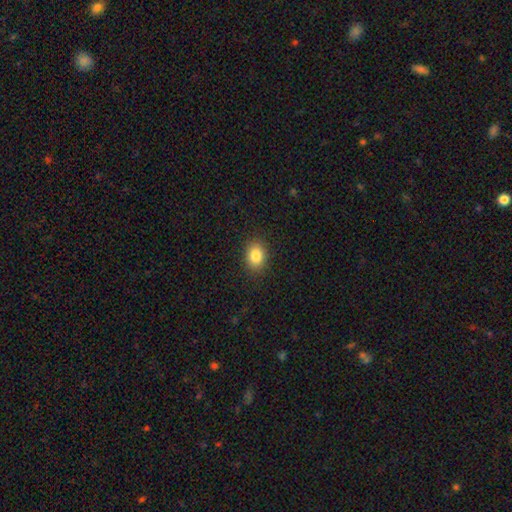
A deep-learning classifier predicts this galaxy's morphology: The model was most divided on "how rounded": in between: 61%, round: 38%, cigar-shaped: 1%. More confident: merging — none (89%); smooth or featured — smooth (85%).